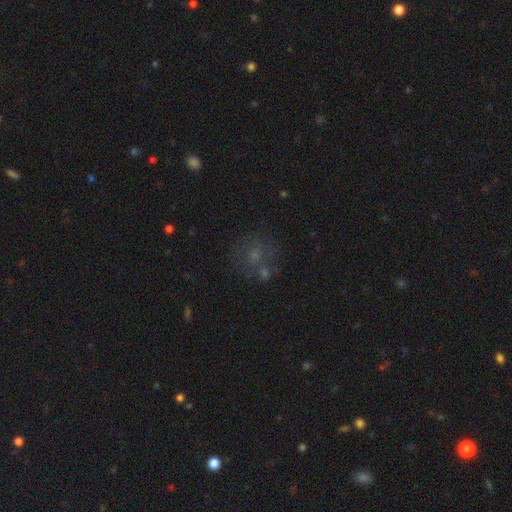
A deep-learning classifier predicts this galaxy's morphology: A smooth galaxy with no disk features (45%). Merging: none (58%).